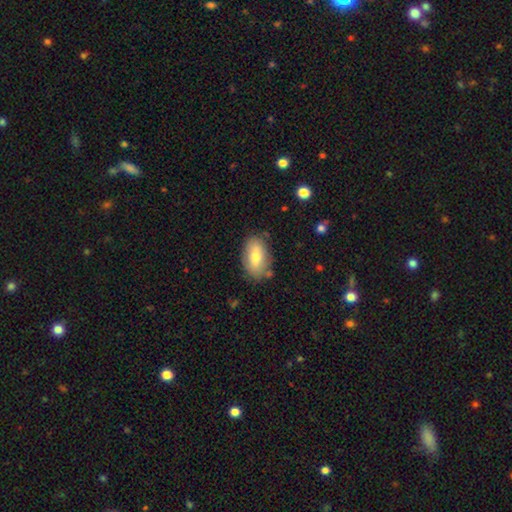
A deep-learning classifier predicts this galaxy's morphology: This appears to be a smooth galaxy with no disk features (73%) that is in between round and cigar-shaped (92%). Merging: none (79%).